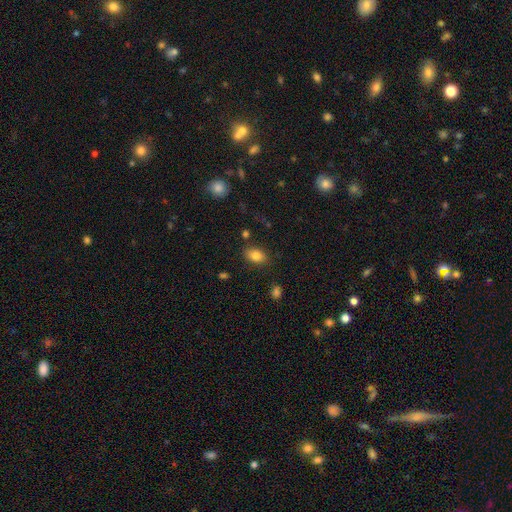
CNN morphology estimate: Smooth or featured?
  - smooth: 83% *
  - star or artifact: 9%
  - featured or disk: 8%
How rounded?
  - in between: 84% *
  - round: 14%
  - cigar-shaped: 2%
Merging?
  - none: 83% *
  - minor disturbance: 11%
  - major disturbance: 3%
  - merger: 3%